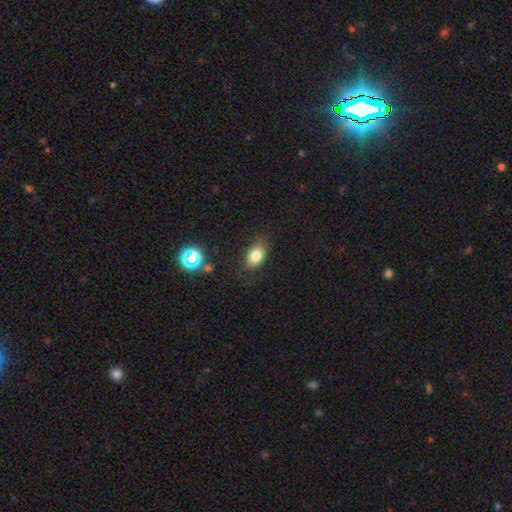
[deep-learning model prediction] The model was most divided on "merging": none: 79%, minor disturbance: 15%, major disturbance: 4%, merger: 2%. More confident: how rounded — in between (84%); smooth or featured — smooth (79%).